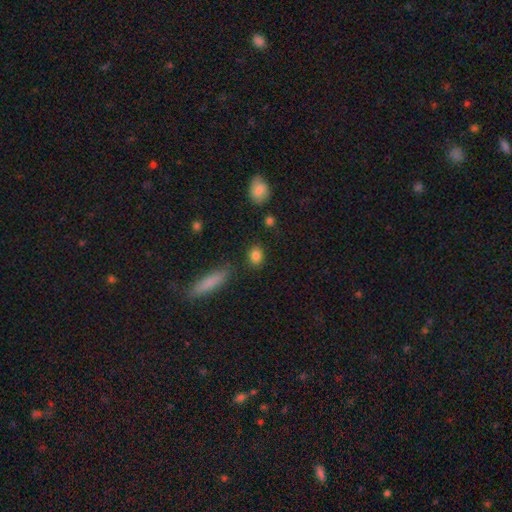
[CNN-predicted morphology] smooth-or-featured: smooth: 85% | star or artifact: 9% | featured or disk: 6%
  how-rounded: in between: 50% | round: 47% | cigar-shaped: 3%
  merging: none: 85% | minor disturbance: 10% | merger: 3% | major disturbance: 3%